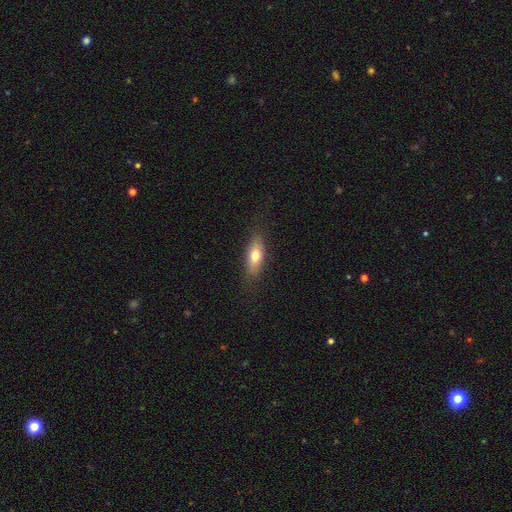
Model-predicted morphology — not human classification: smooth_or_featured: smooth (p=0.70) [alt: featured or disk p=0.23]
how_rounded: in between (p=0.68) [alt: cigar-shaped p=0.28]
merging: none (p=0.82) [alt: minor disturbance p=0.13]